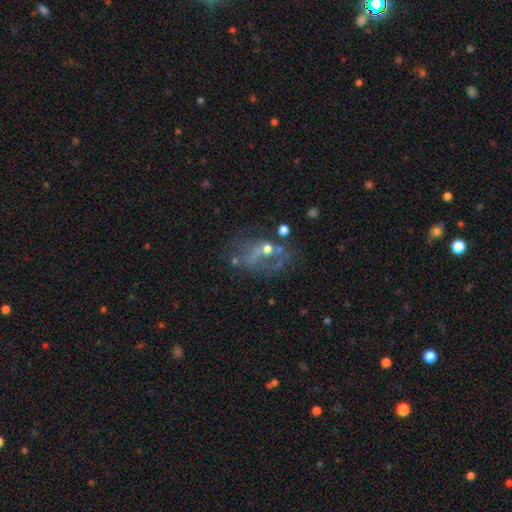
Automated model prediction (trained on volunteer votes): This appears to be a featured or disk galaxy (56%) with no bar (62%), no spiral arms (69%) and a small central bulge (50%). Merging: none (44%).